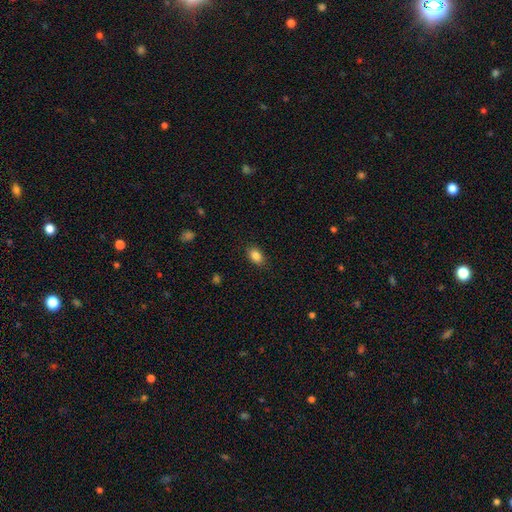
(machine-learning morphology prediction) This appears to be a smooth galaxy with no disk features (85%) that is in between round and cigar-shaped (82%). Merging: none (87%).